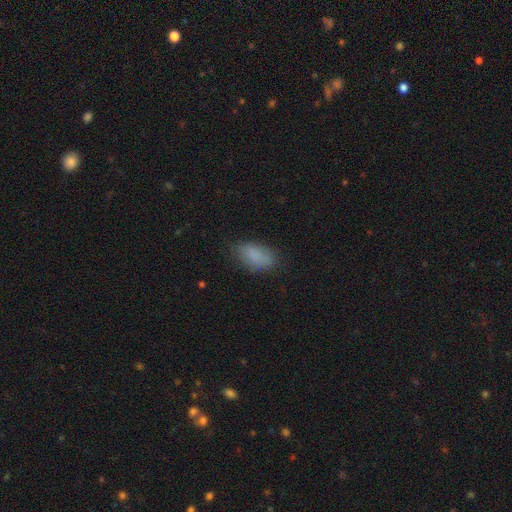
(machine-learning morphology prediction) Smooth or featured?
  - smooth: 86% *
  - star or artifact: 8%
  - featured or disk: 6%
How rounded?
  - in between: 92% *
  - cigar-shaped: 5%
  - round: 4%
Merging?
  - none: 77% *
  - minor disturbance: 17%
  - major disturbance: 4%
  - merger: 1%